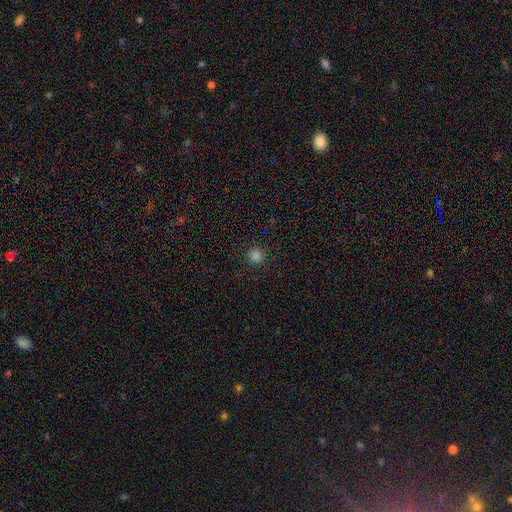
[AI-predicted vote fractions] Overall: smooth (81%). How rounded: round (94%). Merging: none (91%).